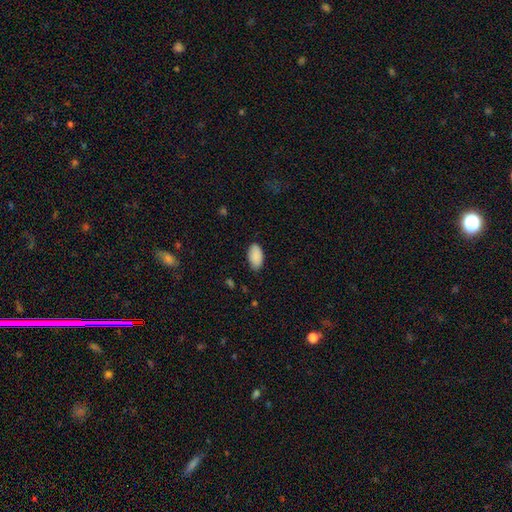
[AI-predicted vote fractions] Q: Smooth or featured?
A: smooth (90%); runner-up: star or artifact (6%)
Q: How rounded?
A: in between (95%); runner-up: round (3%)
Q: Merging?
A: none (82%); runner-up: minor disturbance (15%)